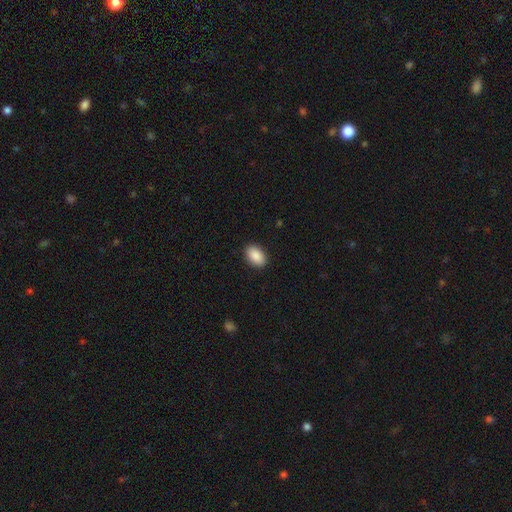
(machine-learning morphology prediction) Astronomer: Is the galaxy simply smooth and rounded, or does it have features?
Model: smooth — 90%.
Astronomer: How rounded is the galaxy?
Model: in between — 88%.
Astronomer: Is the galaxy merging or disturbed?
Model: none — 90%.